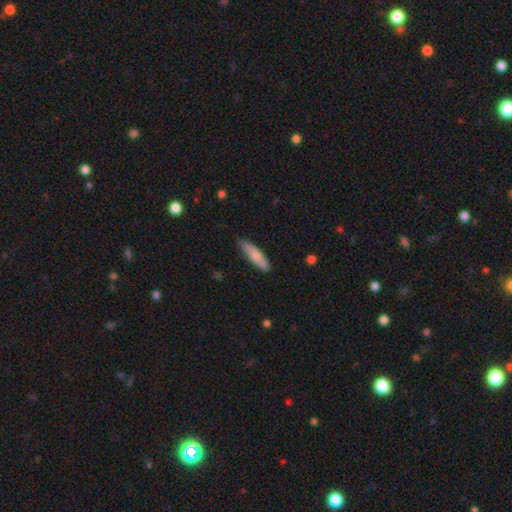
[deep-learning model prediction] smooth_or_featured: smooth (p=0.78) [alt: featured or disk p=0.17]
how_rounded: cigar-shaped (p=0.71) [alt: in between p=0.28]
merging: none (p=0.75) [alt: minor disturbance p=0.21]